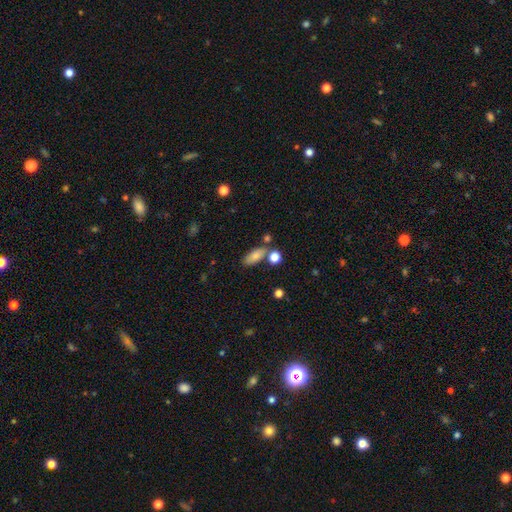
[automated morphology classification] This is likely a smooth galaxy (78%). How rounded: likely in between (78%). Merging: likely none (68%).